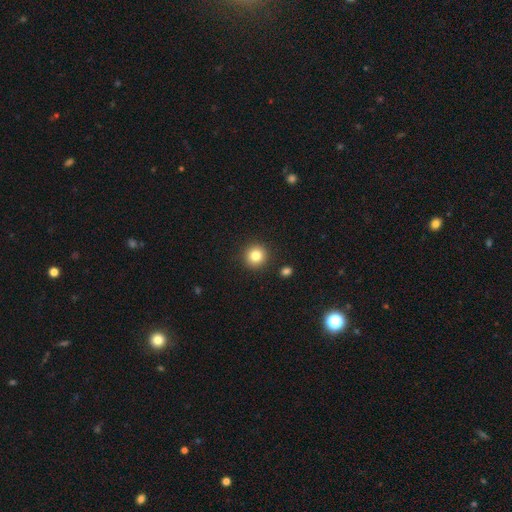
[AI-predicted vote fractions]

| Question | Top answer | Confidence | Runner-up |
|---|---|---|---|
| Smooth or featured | smooth | 83% | star or artifact (11%) |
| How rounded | round | 93% | in between (6%) |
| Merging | none | 90% | minor disturbance (6%) |